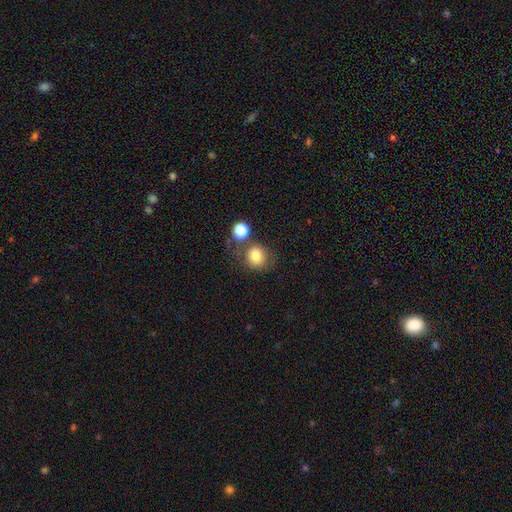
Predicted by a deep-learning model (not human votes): A smooth galaxy with no disk features (79%) that is round (82%).

Vote fractions:
- Smooth or featured? smooth: 79% / star or artifact: 12% / featured or disk: 9%
- How rounded? round: 82% / in between: 17% / cigar-shaped: 1%
- Merging? none: 65% / merger: 15% / minor disturbance: 14% / major disturbance: 6%